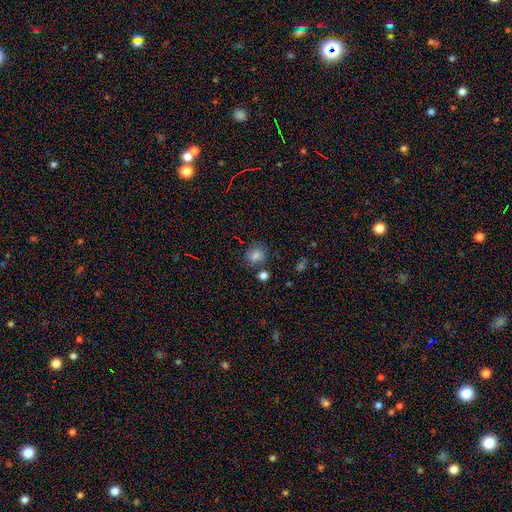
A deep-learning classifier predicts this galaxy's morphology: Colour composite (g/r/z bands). It shows a smooth galaxy with no disk features (77%) that is round (68%). Merging: none (73%).